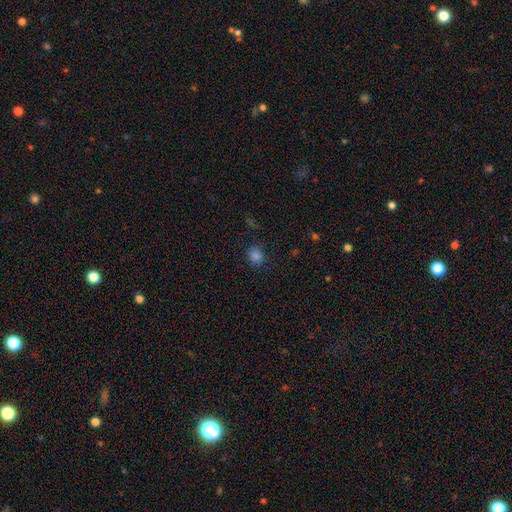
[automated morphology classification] Q: Smooth or featured?
A: smooth (80%); runner-up: star or artifact (16%)
Q: How rounded?
A: round (85%); runner-up: in between (14%)
Q: Merging?
A: none (86%); runner-up: minor disturbance (10%)